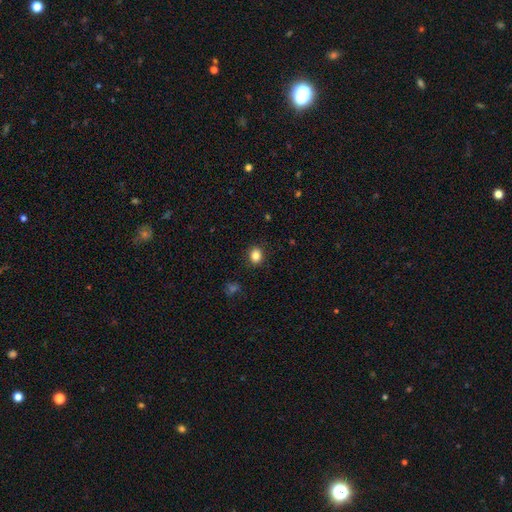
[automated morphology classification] Smooth or featured? smooth (84%)
How rounded? round (63%)
Merging? none (89%)